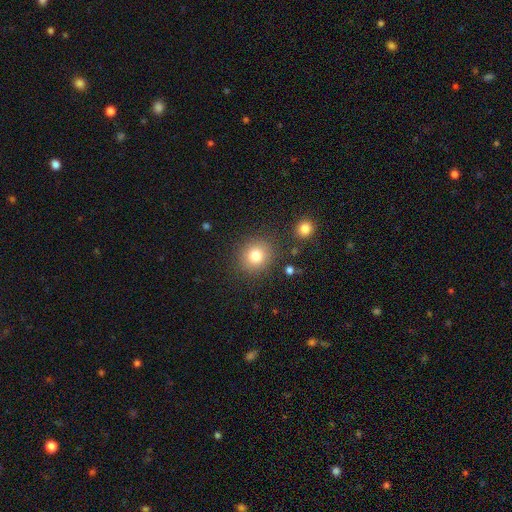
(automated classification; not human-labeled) Smooth or featured: smooth — 81% (star or artifact — 11%)
How rounded: round — 84% (in between — 15%)
Merging: none — 85% (minor disturbance — 8%)